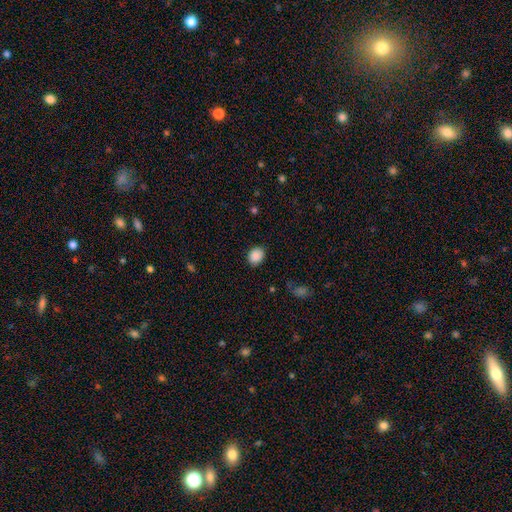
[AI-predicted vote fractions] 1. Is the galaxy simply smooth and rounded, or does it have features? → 89% smooth, 8% star or artifact, 3% featured or disk.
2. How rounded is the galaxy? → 54% round, 45% in between, 1% cigar-shaped.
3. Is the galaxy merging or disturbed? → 86% none, 10% minor disturbance, 3% major disturbance, 1% merger.